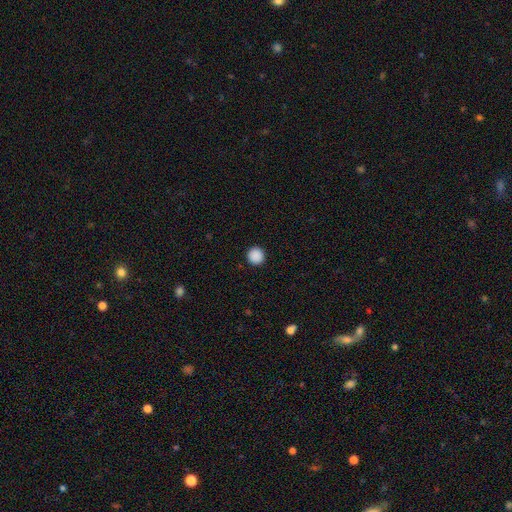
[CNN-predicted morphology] This is clearly a smooth galaxy (89%). How rounded: clearly round (94%). Merging: clearly none (93%).